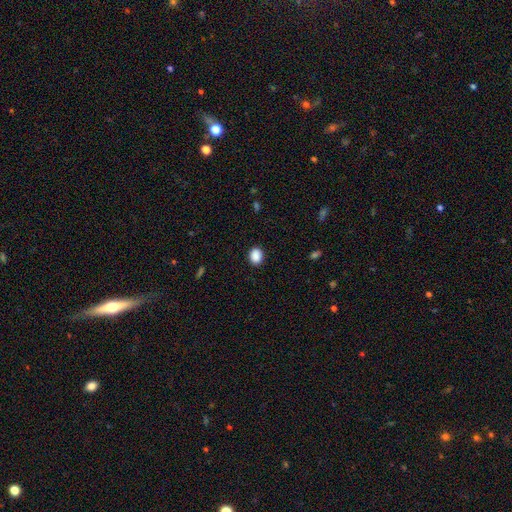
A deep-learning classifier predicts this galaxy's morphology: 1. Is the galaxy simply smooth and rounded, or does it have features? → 89% smooth, 8% star or artifact, 3% featured or disk.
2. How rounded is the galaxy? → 51% round, 48% in between, 1% cigar-shaped.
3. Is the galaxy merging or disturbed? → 89% none, 8% minor disturbance, 2% major disturbance, 1% merger.